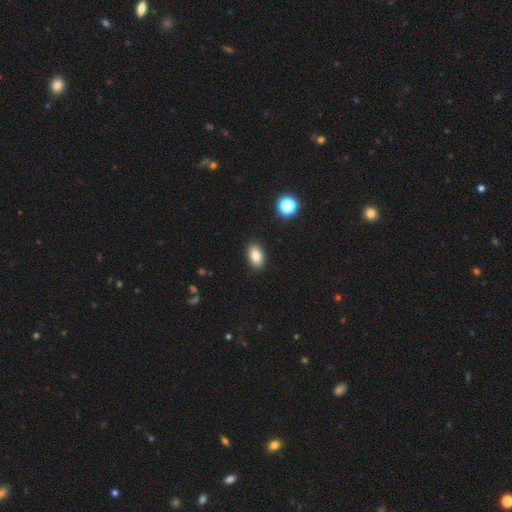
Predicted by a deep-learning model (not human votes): The model was most divided on "smooth or featured": smooth: 83%, star or artifact: 9%, featured or disk: 8%. More confident: how rounded — in between (90%); merging — none (89%).